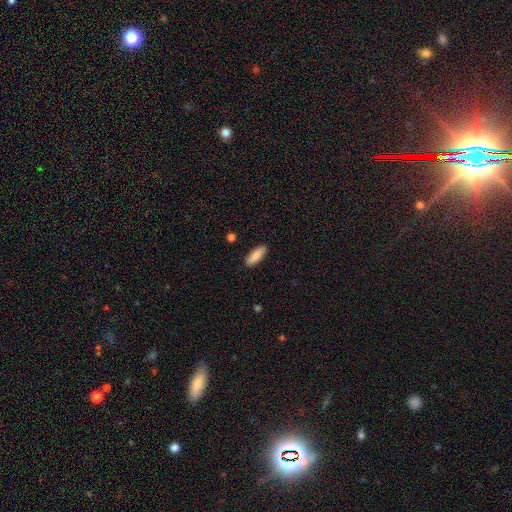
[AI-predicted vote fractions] smooth_or_featured: smooth (p=0.86) [alt: featured or disk p=0.07]
how_rounded: in between (p=0.62) [alt: cigar-shaped p=0.36]
merging: none (p=0.89) [alt: minor disturbance p=0.08]